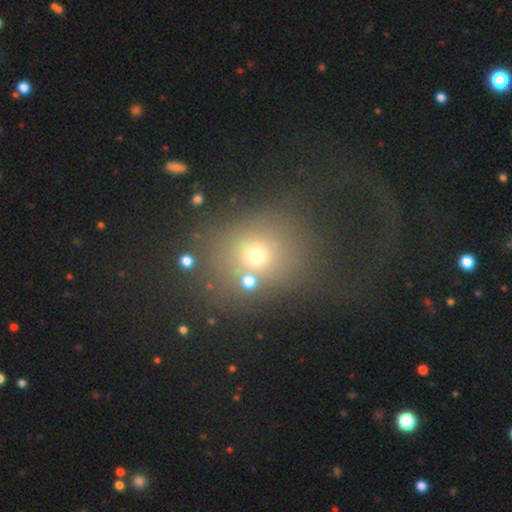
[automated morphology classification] smooth-or-featured: smooth: 63% | star or artifact: 24% | featured or disk: 14%
  how-rounded: round: 73% | in between: 26% | cigar-shaped: 1%
  merging: none: 68% | minor disturbance: 13% | merger: 11% | major disturbance: 8%